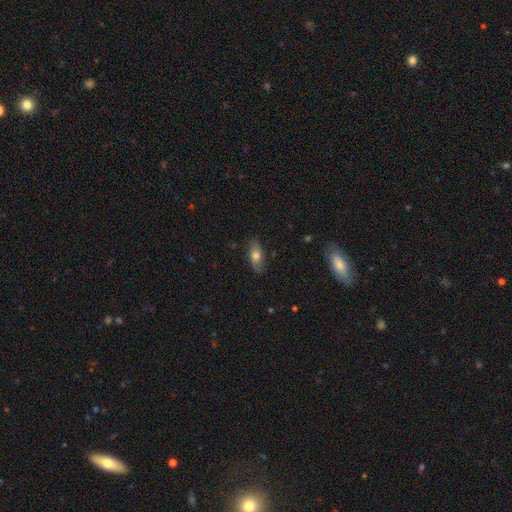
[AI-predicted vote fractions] This appears to be a smooth galaxy with no disk features (68%) that is in between round and cigar-shaped (80%). Merging: none (81%).